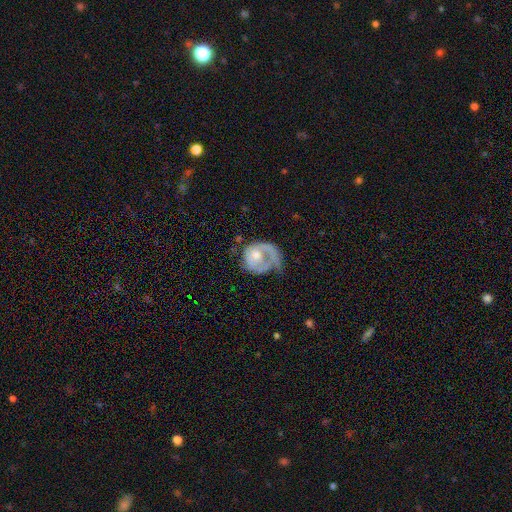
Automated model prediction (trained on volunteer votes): Overall: featured or disk (63%; smooth 30%). Edge-on disk: no (97%). Bar: no (83%). Spiral arms: yes (58%; no 42%). Bulge size: moderate (54%; small 35%). Merging: major disturbance (42%; none 32%).